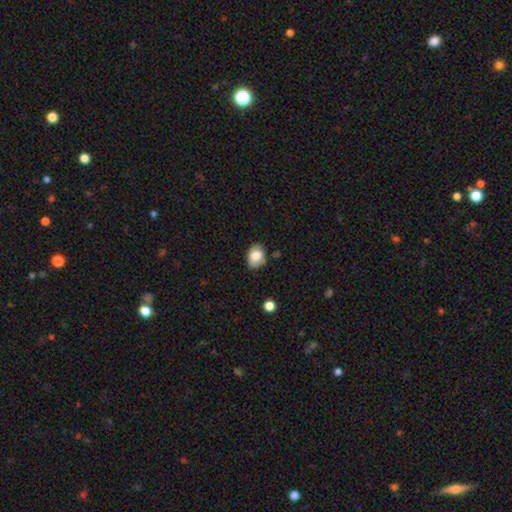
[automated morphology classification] type=smooth (80%); roundness=in between (73%); merging=none (71%).